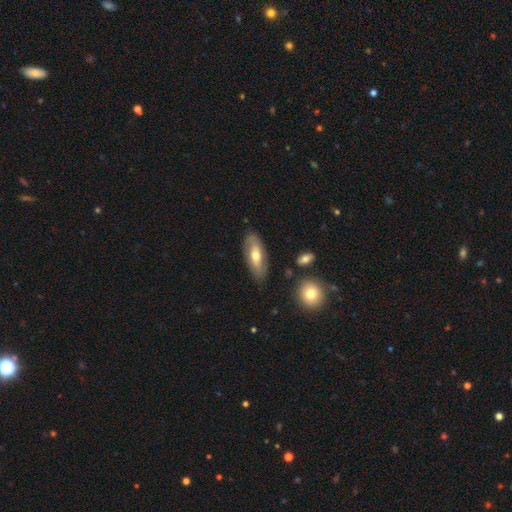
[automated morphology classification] Overall: smooth (51%; featured or disk 43%). How rounded: in between (74%). Merging: none (81%).